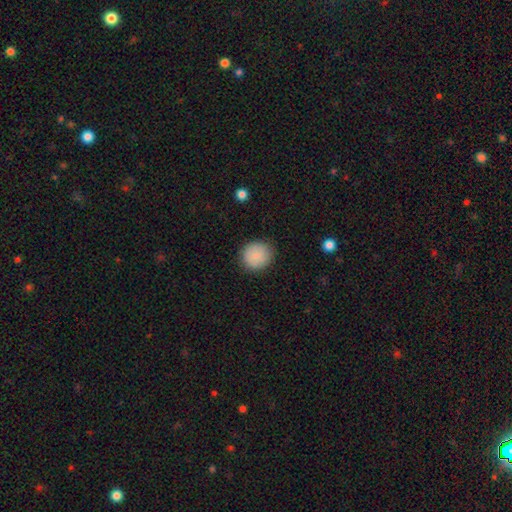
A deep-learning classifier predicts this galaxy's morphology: A smooth galaxy with no disk features (84%) that is round (85%).

Vote fractions:
- Smooth or featured? smooth: 84% / featured or disk: 8% / star or artifact: 7%
- How rounded? round: 85% / in between: 14% / cigar-shaped: 1%
- Merging? none: 86% / minor disturbance: 11% / major disturbance: 3% / merger: 1%